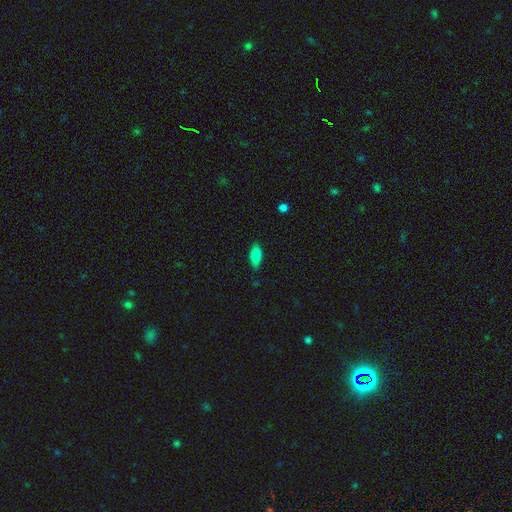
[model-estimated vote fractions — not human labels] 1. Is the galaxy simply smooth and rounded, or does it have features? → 85% smooth, 7% star or artifact, 7% featured or disk.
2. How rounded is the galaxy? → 85% in between, 12% cigar-shaped, 2% round.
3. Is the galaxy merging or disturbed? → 84% none, 12% minor disturbance, 2% major disturbance, 1% merger.